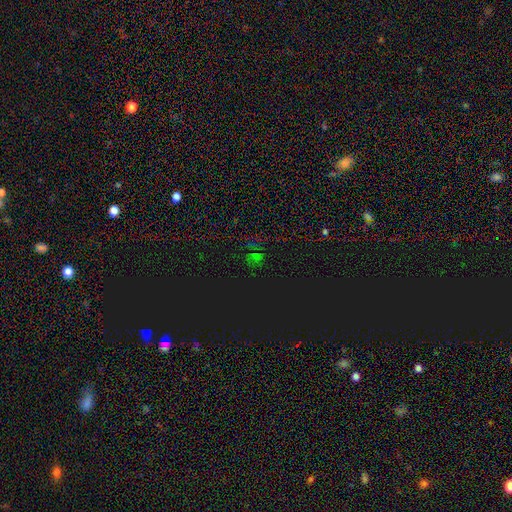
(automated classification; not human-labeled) Morphology: type=star or artifact (72%).